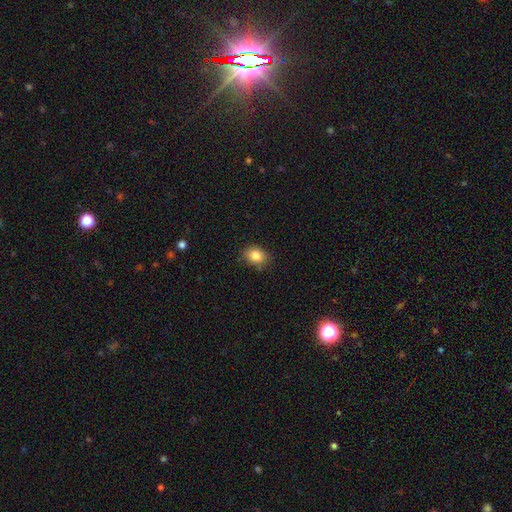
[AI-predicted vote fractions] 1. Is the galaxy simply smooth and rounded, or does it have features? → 84% smooth, 10% star or artifact, 7% featured or disk.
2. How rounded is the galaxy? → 58% in between, 41% round, 1% cigar-shaped.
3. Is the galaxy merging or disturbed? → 83% none, 14% minor disturbance, 3% major disturbance, 1% merger.